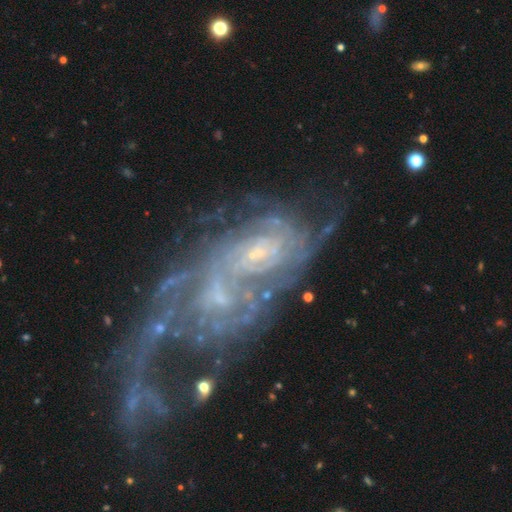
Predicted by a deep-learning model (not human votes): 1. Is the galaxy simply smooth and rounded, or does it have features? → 82% featured or disk, 10% star or artifact, 8% smooth.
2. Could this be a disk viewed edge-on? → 96% no, 4% yes.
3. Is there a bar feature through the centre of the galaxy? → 60% no, 30% weak, 10% strong.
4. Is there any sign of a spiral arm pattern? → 83% yes, 17% no.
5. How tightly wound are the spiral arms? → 40% tight, 35% medium, 25% loose.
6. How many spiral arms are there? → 42% can't tell, 26% 2, 10% 3, 8% 1, 7% 4, 7% more than 4.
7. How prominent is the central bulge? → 62% small, 19% moderate, 15% none, 2% large, 2% dominant.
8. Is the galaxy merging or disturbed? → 49% merger, 27% major disturbance, 15% none, 9% minor disturbance.